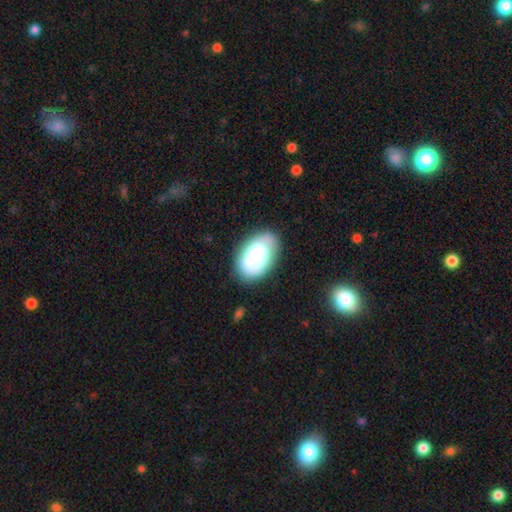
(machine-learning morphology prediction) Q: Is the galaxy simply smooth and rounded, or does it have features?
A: smooth — 68%.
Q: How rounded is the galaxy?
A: in between — 91%.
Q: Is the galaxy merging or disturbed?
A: none — 74%.